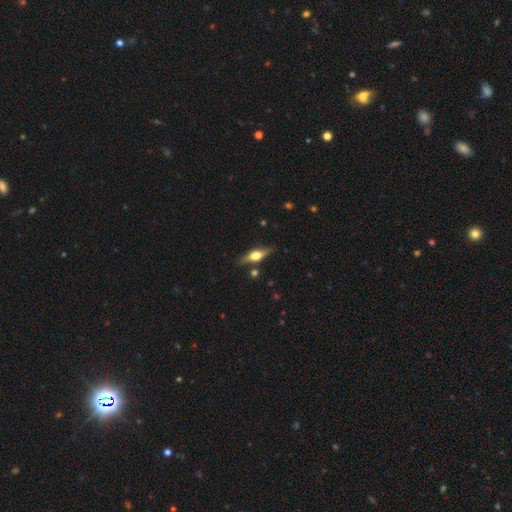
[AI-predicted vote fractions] Smooth or featured?
  - featured or disk: 61% *
  - smooth: 32%
  - star or artifact: 6%
Edge-on disk?
  - yes: 92% *
  - no: 8%
Edge-on bulge?
  - rounded: 92% *
  - boxy: 6%
  - none: 2%
Merging?
  - none: 81% *
  - minor disturbance: 13%
  - merger: 3%
  - major disturbance: 3%